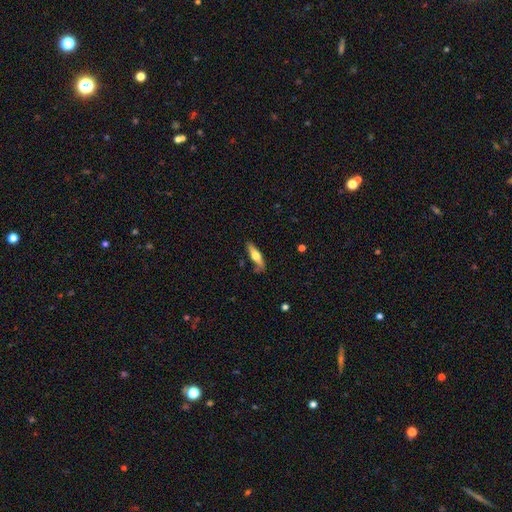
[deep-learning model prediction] smooth-or-featured: smooth: 53% | featured or disk: 41% | star or artifact: 5%
  how-rounded: cigar-shaped: 65% | in between: 32% | round: 2%
  merging: none: 72% | minor disturbance: 20% | major disturbance: 5% | merger: 3%